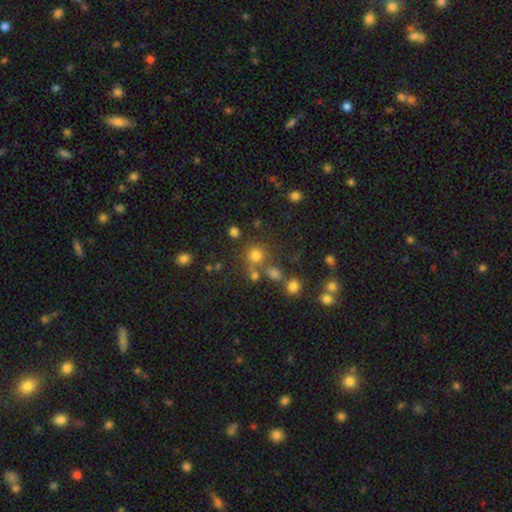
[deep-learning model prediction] The model was most divided on "merging": none: 68%, merger: 17%, minor disturbance: 10%, major disturbance: 5%. More confident: how rounded — round (90%); smooth or featured — smooth (72%).